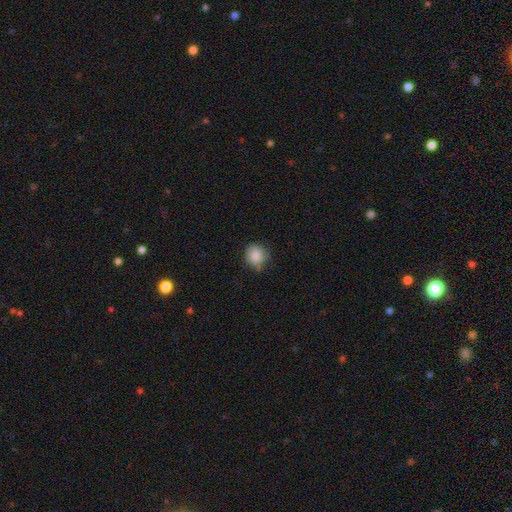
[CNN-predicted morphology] type=smooth (85%); roundness=round (86%); merging=none (75%).